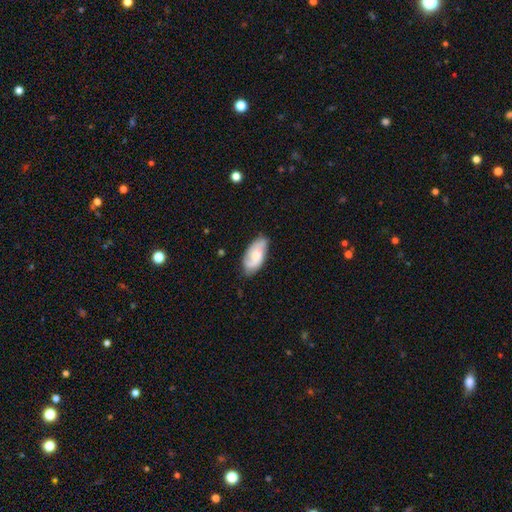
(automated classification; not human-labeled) Smooth or featured? Predicted: featured or disk (p=0.57). Edge-on disk? Predicted: no (p=0.94). Bar? Predicted: no (p=0.62). Spiral arms? Predicted: yes (p=0.92). Bulge size? Predicted: small (p=0.34). Merging? Predicted: none (p=0.75).